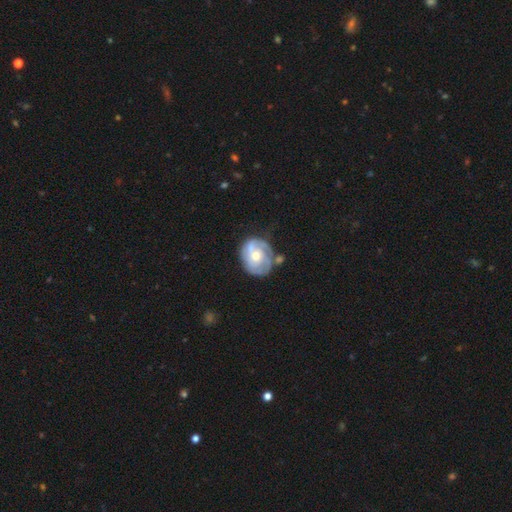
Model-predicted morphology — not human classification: Overall: featured or disk (77%). Edge-on disk: no (97%). Bar: no (74%). Spiral arms: yes (88%). Spiral arm count: 3 (31%; can't tell 30%). Spiral winding: tight (59%; medium 31%). Bulge size: moderate (64%; small 31%). Merging: none (60%; minor disturbance 22%).